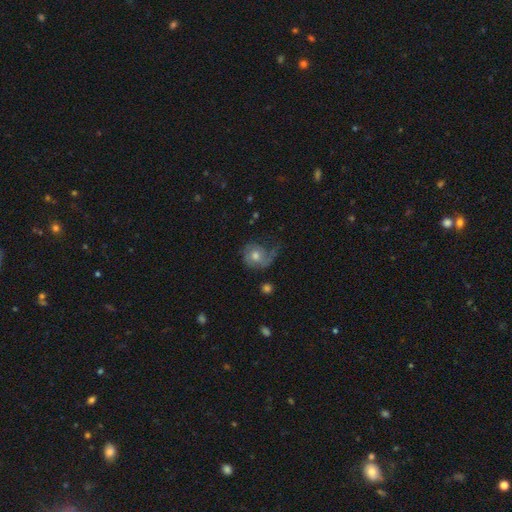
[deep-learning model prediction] A featured or disk galaxy (52%) with no bar (79%), spiral arms (76%) and a moderate central bulge (68%). Merging: none (39%).